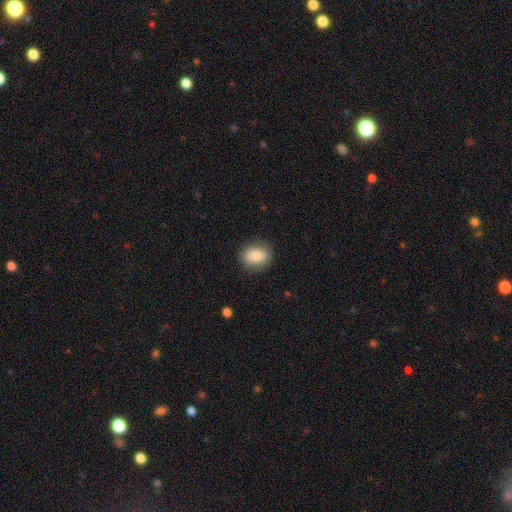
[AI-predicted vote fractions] This is clearly a smooth galaxy (85%). How rounded: likely in between (65%). Merging: clearly none (83%).